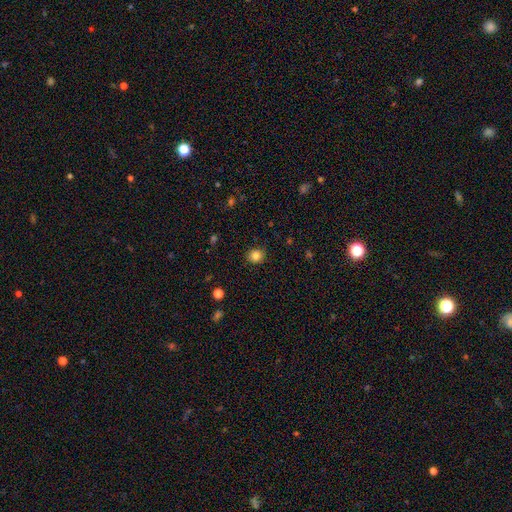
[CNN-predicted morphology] Smooth or featured? smooth (83%)
How rounded? round (83%)
Merging? none (88%)